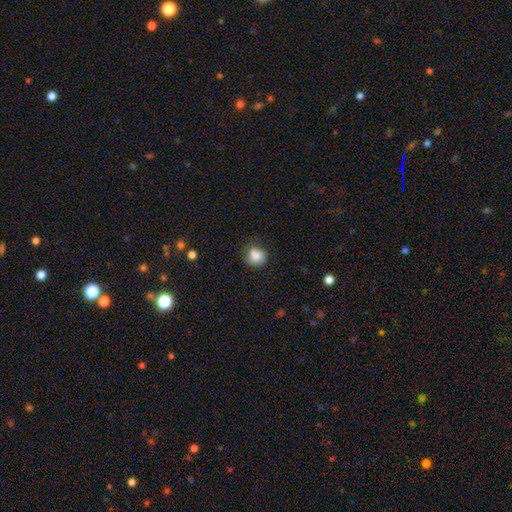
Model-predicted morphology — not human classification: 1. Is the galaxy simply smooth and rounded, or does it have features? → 84% smooth, 8% star or artifact, 8% featured or disk.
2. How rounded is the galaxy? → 74% round, 25% in between, 1% cigar-shaped.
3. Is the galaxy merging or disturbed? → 63% none, 27% minor disturbance, 8% major disturbance, 2% merger.